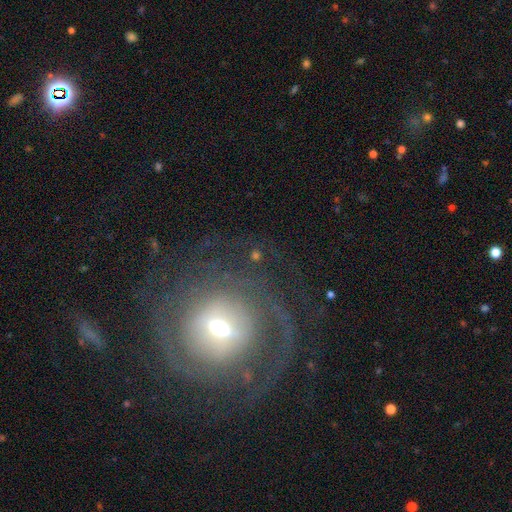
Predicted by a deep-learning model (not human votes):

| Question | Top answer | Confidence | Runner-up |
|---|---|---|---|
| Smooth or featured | featured or disk | 56% | smooth (25%) |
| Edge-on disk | no | 92% | yes (8%) |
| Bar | weak | 38% | tied: no (38%) |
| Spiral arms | yes | 58% | no (42%) |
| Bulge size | moderate | 58% | small (28%) |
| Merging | none | 65% | major disturbance (19%) |